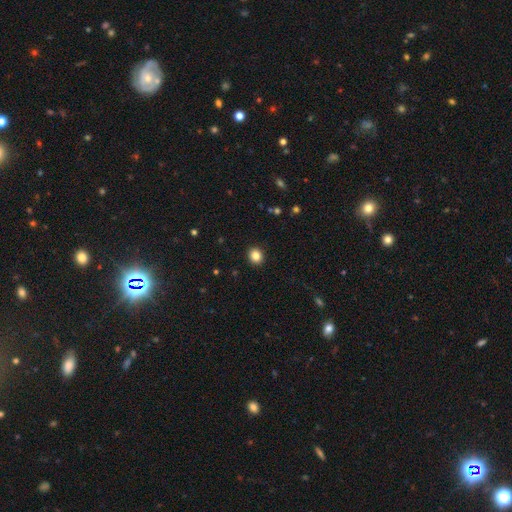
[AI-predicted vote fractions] This appears to be a smooth galaxy with no disk features (85%) that is round (81%). Merging: none (92%).